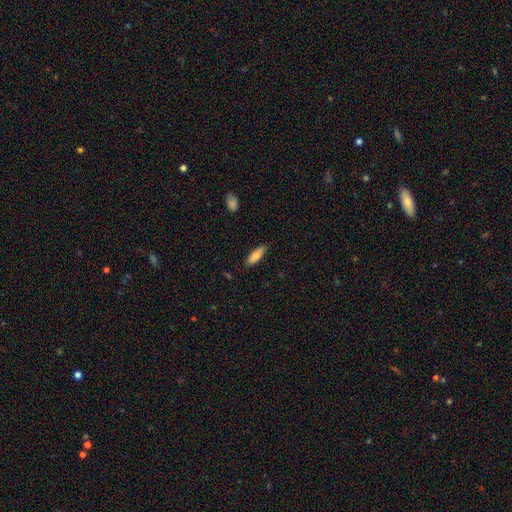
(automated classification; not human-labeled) Smooth or featured: smooth — 75% (featured or disk — 18%)
How rounded: in between — 59% (cigar-shaped — 39%)
Merging: none — 85% (minor disturbance — 12%)